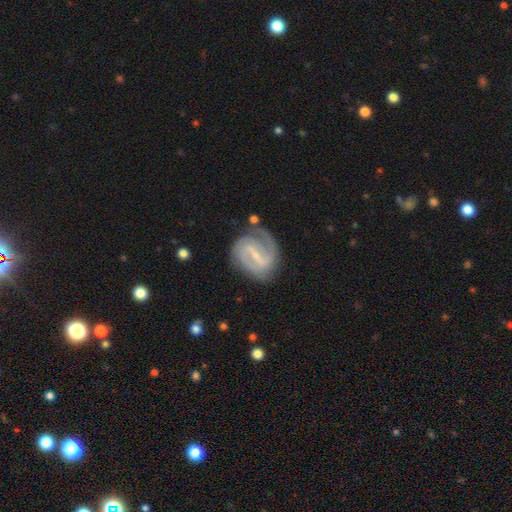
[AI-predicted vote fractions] smooth-or-featured: featured or disk: 83% | smooth: 11% | star or artifact: 6%
  disk-edge-on: no: 97% | yes: 3%
    bar: strong: 58% | weak: 34% | no: 8%
    has-spiral-arms: yes: 93% | no: 7%
      spiral-winding: medium: 44% | tight: 38% | loose: 18%
      spiral-arm-count: 2: 79% | can't tell: 9% | 1: 6% | 3: 4% | 4: 1% | more than 4: 1%
    bulge-size: small: 50% | none: 35% | moderate: 13% | large: 2% | dominant: 1%
  merging: none: 67% | minor disturbance: 19% | major disturbance: 10% | merger: 4%